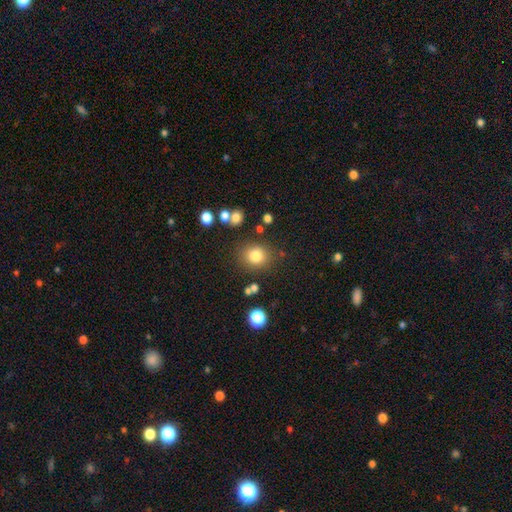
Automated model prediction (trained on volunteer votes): Smooth or featured? Predicted: smooth (p=0.80). How rounded? Predicted: round (p=0.72). Merging? Predicted: none (p=0.80).